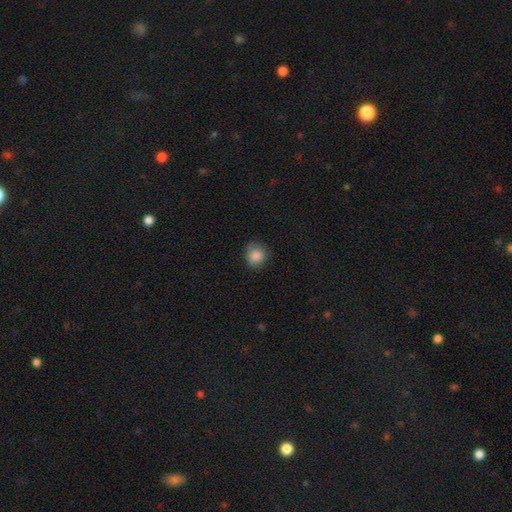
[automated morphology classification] smooth_or_featured: smooth (p=0.86) [alt: star or artifact p=0.09]
how_rounded: round (p=0.80) [alt: in between p=0.19]
merging: none (p=0.71) [alt: minor disturbance p=0.23]